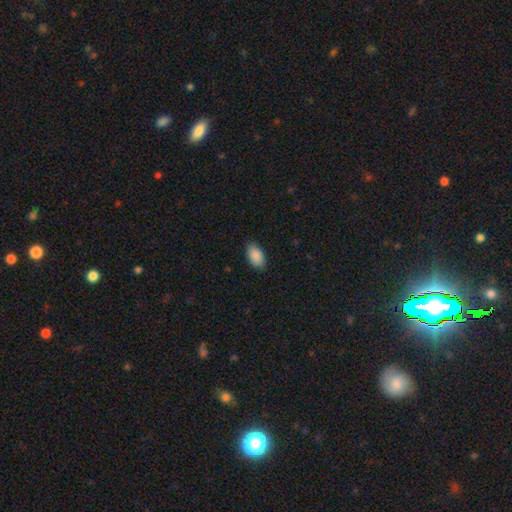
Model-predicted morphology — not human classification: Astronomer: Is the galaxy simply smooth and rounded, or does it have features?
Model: smooth — 90%.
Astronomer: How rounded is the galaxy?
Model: in between — 94%.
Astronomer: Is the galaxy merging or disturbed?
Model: none — 86%.